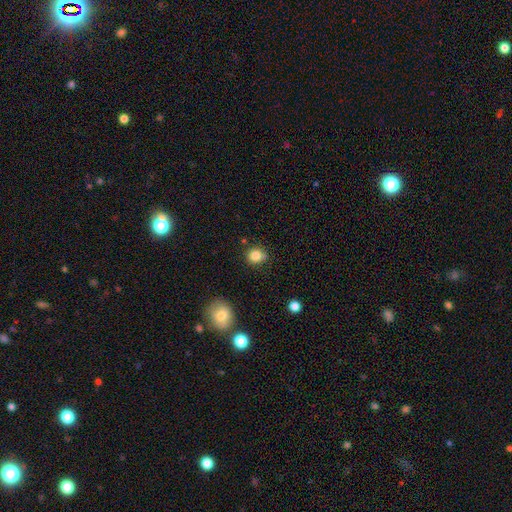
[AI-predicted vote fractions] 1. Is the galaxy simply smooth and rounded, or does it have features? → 83% smooth, 11% star or artifact, 6% featured or disk.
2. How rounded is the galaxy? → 82% round, 17% in between, 1% cigar-shaped.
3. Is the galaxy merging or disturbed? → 71% none, 19% minor disturbance, 6% merger, 4% major disturbance.